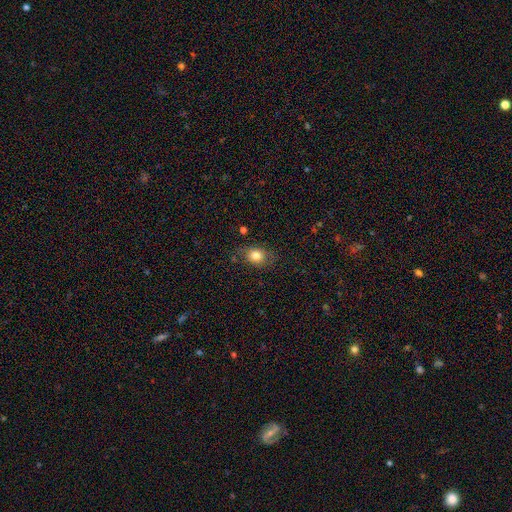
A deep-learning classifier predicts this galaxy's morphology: Q: Smooth or featured?
A: smooth (81%); runner-up: star or artifact (10%)
Q: How rounded?
A: in between (52%); runner-up: round (47%)
Q: Merging?
A: none (76%); runner-up: minor disturbance (17%)